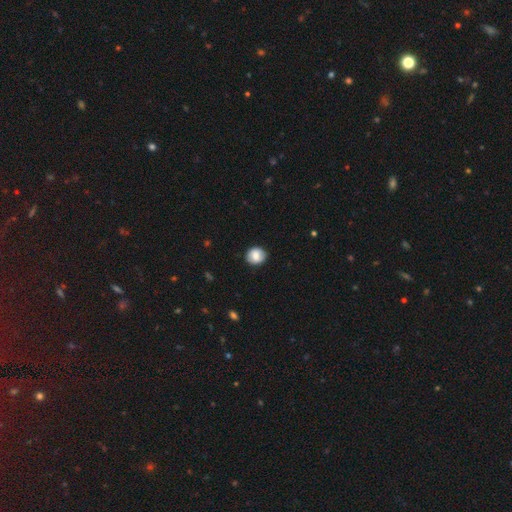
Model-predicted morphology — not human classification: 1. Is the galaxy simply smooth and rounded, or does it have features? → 78% smooth, 14% featured or disk, 8% star or artifact.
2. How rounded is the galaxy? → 77% round, 22% in between, 1% cigar-shaped.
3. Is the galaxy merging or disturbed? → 86% none, 10% minor disturbance, 2% major disturbance, 1% merger.